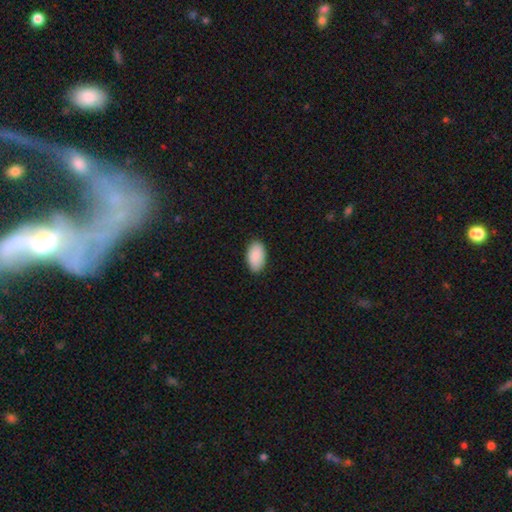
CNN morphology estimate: This appears to be a smooth galaxy with no disk features (91%) that is in between round and cigar-shaped (95%). Merging: none (87%).